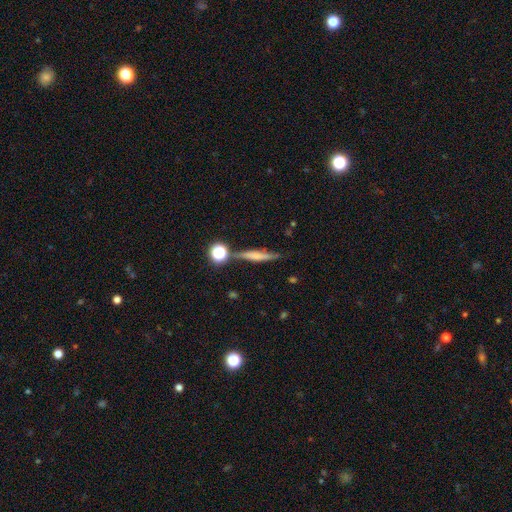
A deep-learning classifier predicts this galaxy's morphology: smooth-or-featured: smooth: 45% | featured or disk: 44% | star or artifact: 11%
  merging: none: 73% | minor disturbance: 14% | merger: 8% | major disturbance: 4%